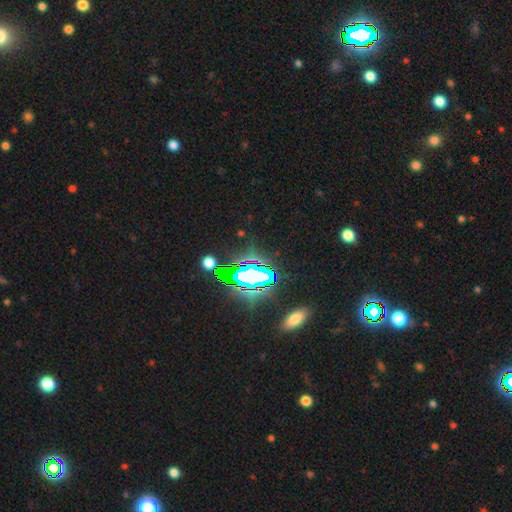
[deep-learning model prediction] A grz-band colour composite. It shows a star or artifact, not a galaxy (78%).